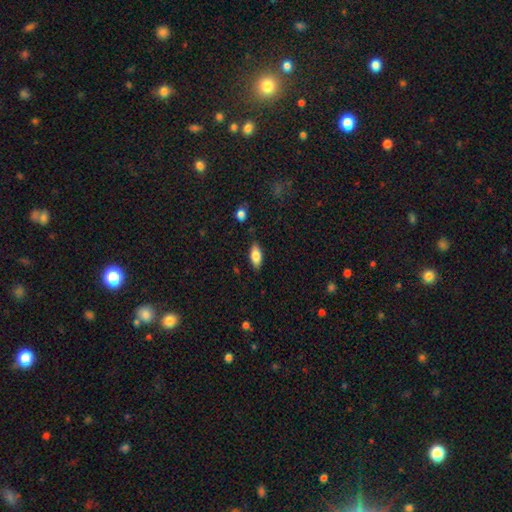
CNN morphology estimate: Smooth or featured?
  - smooth: 81% *
  - featured or disk: 12%
  - star or artifact: 7%
How rounded?
  - in between: 84% *
  - cigar-shaped: 13%
  - round: 2%
Merging?
  - none: 83% *
  - minor disturbance: 13%
  - major disturbance: 3%
  - merger: 2%